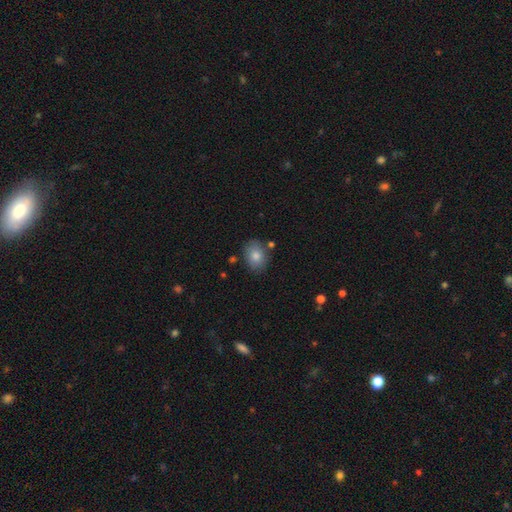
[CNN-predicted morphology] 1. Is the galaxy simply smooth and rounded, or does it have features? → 81% smooth, 11% featured or disk, 8% star or artifact.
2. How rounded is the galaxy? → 65% in between, 34% round, 1% cigar-shaped.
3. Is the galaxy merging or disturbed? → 80% none, 13% minor disturbance, 4% merger, 3% major disturbance.